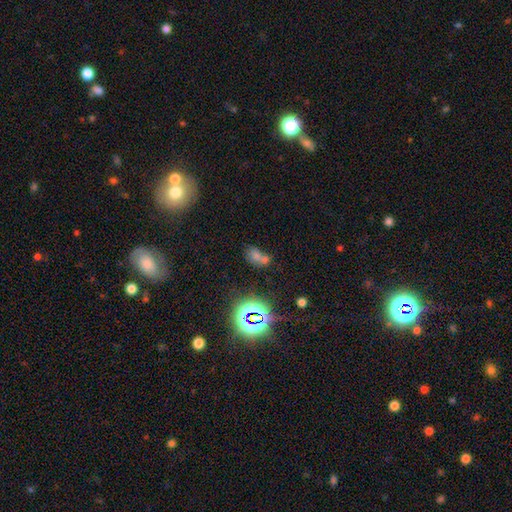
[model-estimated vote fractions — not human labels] The model was most divided on "merging": merger: 46%, none: 36%, minor disturbance: 11%, major disturbance: 8%. Remaining: smooth or featured — smooth (48%).